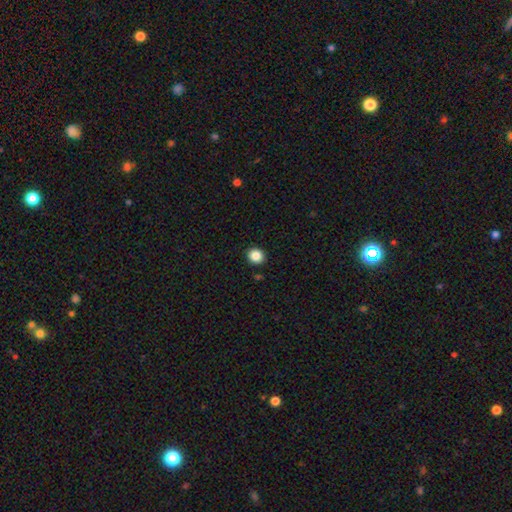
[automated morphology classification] The model was most divided on "how rounded": round: 81%, in between: 18%, cigar-shaped: 1%. More confident: merging — none (92%); smooth or featured — smooth (86%).